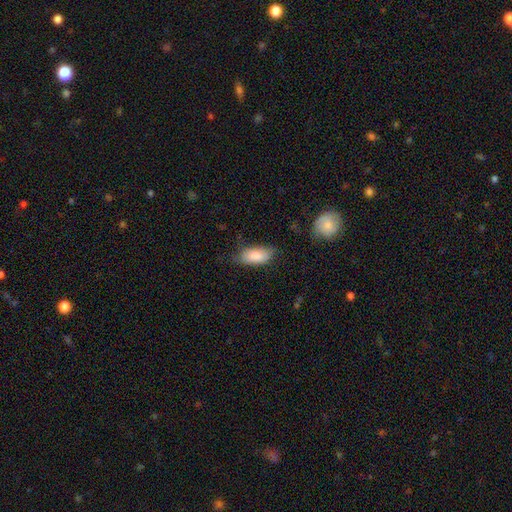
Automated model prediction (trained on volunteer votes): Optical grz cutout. It shows a smooth galaxy with no disk features (85%) that is in between round and cigar-shaped (89%). Merging: none (67%).